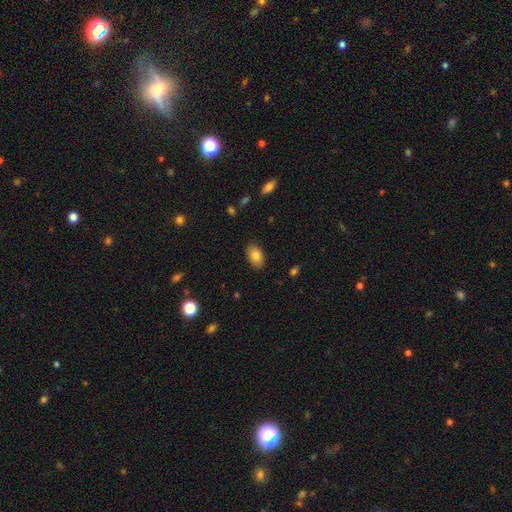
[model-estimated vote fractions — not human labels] Morphology: type=smooth (82%); roundness=in between (91%); merging=none (87%).